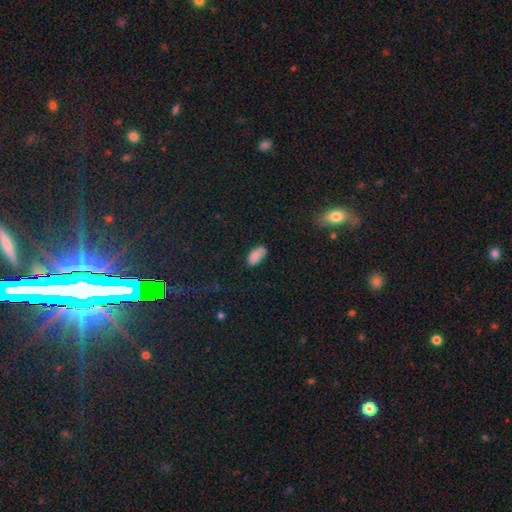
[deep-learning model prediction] smooth 84%, star or artifact 9%, featured or disk 7%. Down the decision tree: how rounded — in between (94%); merging — none (71%).